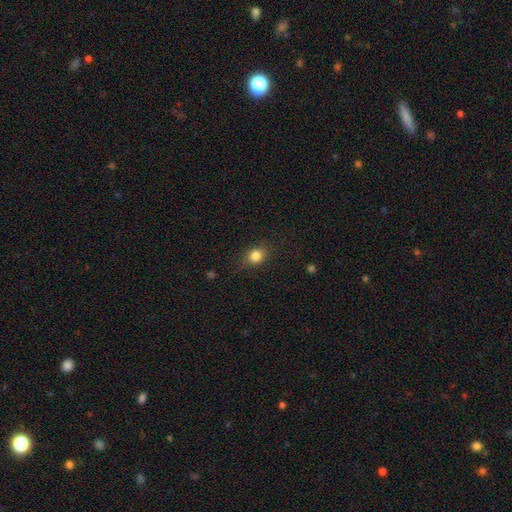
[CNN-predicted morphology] Smooth or featured? Predicted: smooth (p=0.83). How rounded? Predicted: round (p=0.59). Merging? Predicted: none (p=0.81).